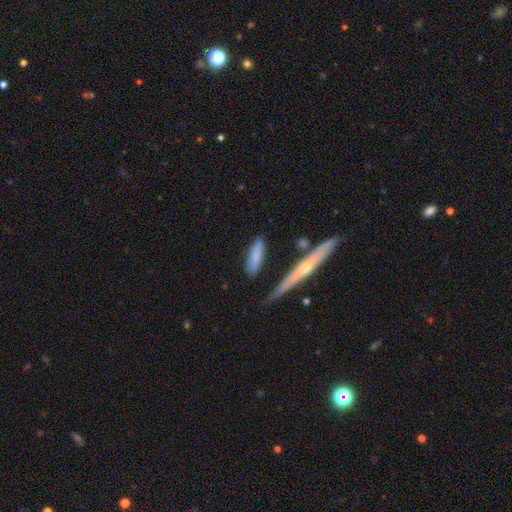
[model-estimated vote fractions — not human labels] Smooth or featured: smooth — 75% (featured or disk — 20%)
How rounded: cigar-shaped — 62% (in between — 36%)
Merging: none — 74% (minor disturbance — 18%)